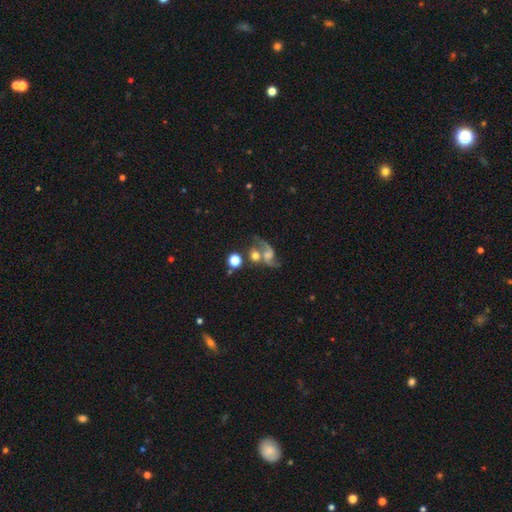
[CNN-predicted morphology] smooth-or-featured: featured or disk: 63% | smooth: 25% | star or artifact: 12%
  disk-edge-on: no: 97% | yes: 3%
    bar: no: 55% | weak: 36% | strong: 9%
    has-spiral-arms: yes: 88% | no: 12%
      spiral-winding: loose: 74% | medium: 22% | tight: 4%
      spiral-arm-count: 2: 87% | 1: 7% | can't tell: 3% | 3: 1% | 4: 1% | more than 4: 1%
    bulge-size: moderate: 38% | small: 28% | large: 16% | none: 15% | dominant: 4%
  merging: none: 40% | merger: 36% | minor disturbance: 12% | major disturbance: 11%